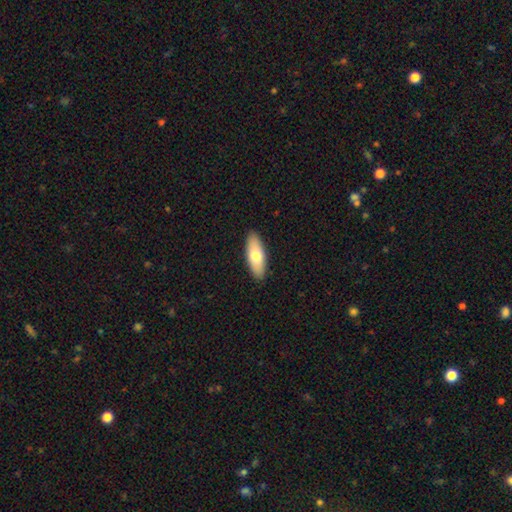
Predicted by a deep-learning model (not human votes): smooth_or_featured: smooth (p=0.72) [alt: featured or disk p=0.23]
how_rounded: in between (p=0.72) [alt: cigar-shaped p=0.25]
merging: none (p=0.91) [alt: minor disturbance p=0.07]